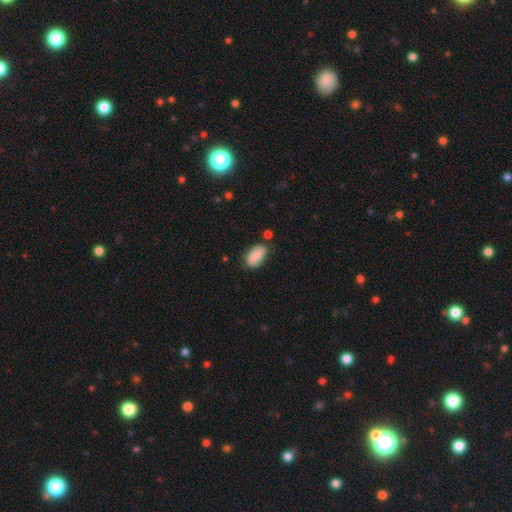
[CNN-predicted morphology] The model was most divided on "smooth or featured": smooth: 69%, featured or disk: 24%, star or artifact: 8%. More confident: how rounded — in between (91%); merging — none (69%).